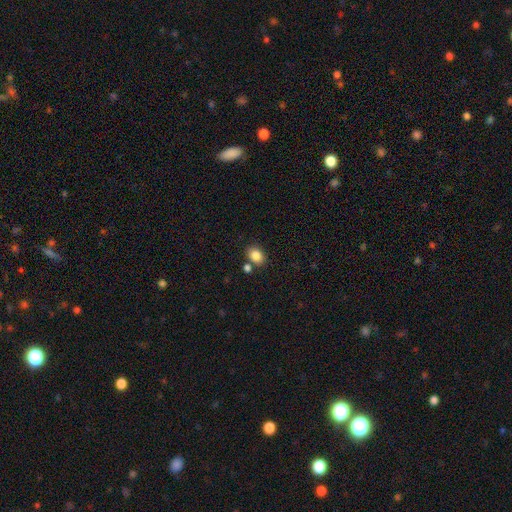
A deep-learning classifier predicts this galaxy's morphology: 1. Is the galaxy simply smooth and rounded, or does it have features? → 84% smooth, 10% star or artifact, 6% featured or disk.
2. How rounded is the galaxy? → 65% in between, 34% round, 1% cigar-shaped.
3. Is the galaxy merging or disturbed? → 75% none, 12% merger, 10% minor disturbance, 3% major disturbance.